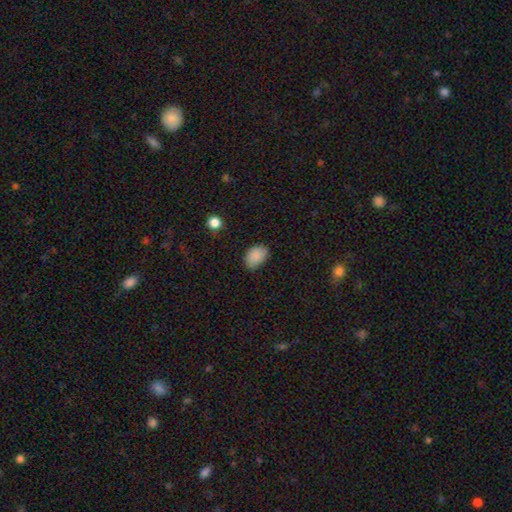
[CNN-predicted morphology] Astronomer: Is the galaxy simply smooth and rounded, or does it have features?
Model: smooth — 85%.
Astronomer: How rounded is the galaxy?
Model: in between — 83%.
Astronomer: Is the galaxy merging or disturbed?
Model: none — 70%.